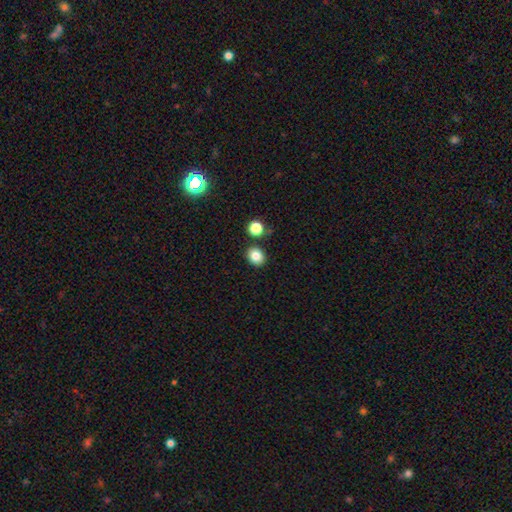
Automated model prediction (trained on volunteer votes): Q: Smooth or featured?
A: smooth (84%); runner-up: star or artifact (11%)
Q: How rounded?
A: round (63%); runner-up: in between (36%)
Q: Merging?
A: none (84%); runner-up: minor disturbance (8%)